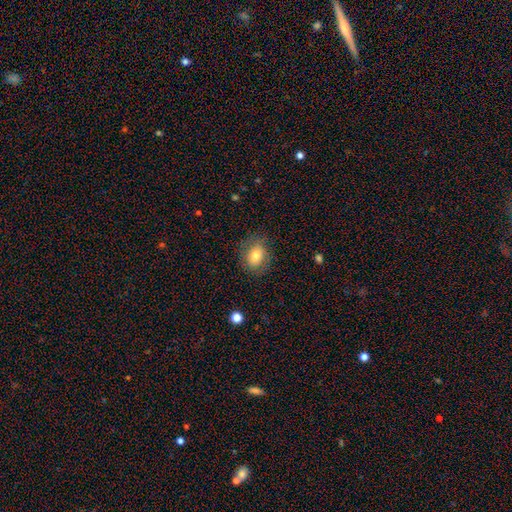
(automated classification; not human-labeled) Morphology: type=smooth (73%); roundness=in between (58%); merging=none (79%).